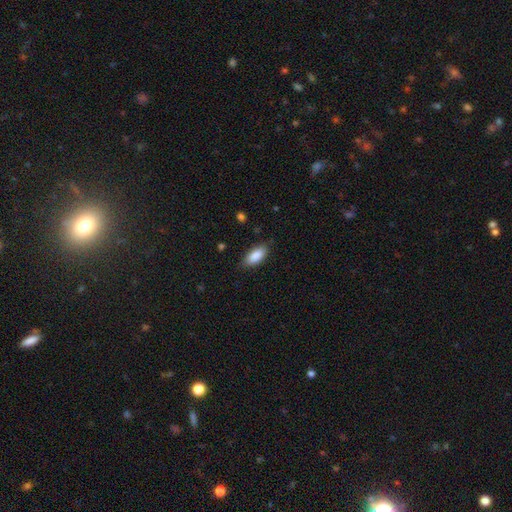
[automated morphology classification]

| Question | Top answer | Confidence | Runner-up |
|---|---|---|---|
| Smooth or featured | smooth | 87% | featured or disk (7%) |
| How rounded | in between | 86% | cigar-shaped (12%) |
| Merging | none | 82% | minor disturbance (14%) |